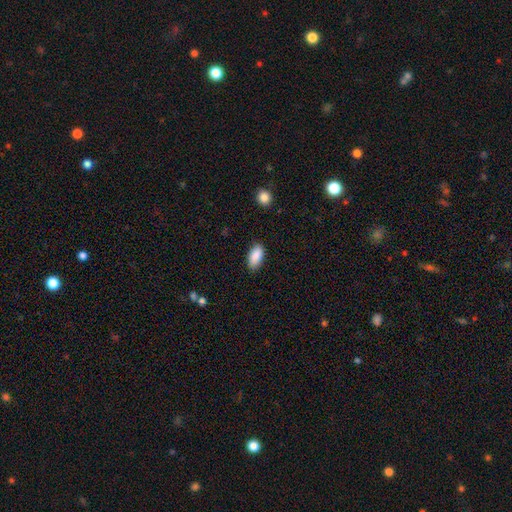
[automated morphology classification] Smooth or featured? Predicted: smooth (p=0.89). How rounded? Predicted: in between (p=0.91). Merging? Predicted: none (p=0.84).